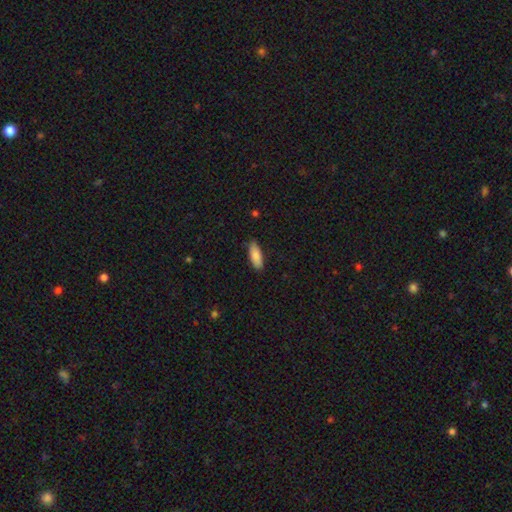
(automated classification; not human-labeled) Smooth or featured: smooth — 83% (featured or disk — 11%)
How rounded: in between — 73% (cigar-shaped — 25%)
Merging: none — 83% (minor disturbance — 14%)